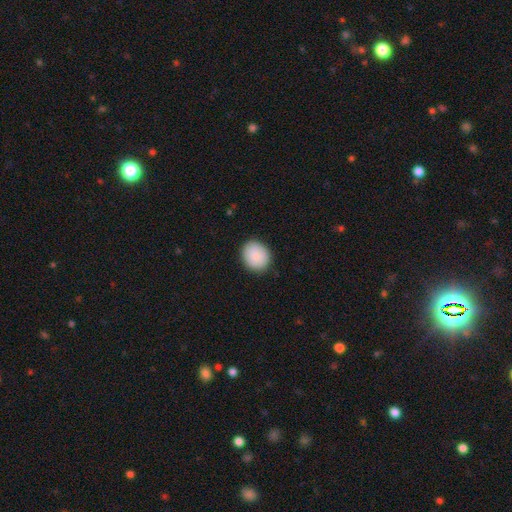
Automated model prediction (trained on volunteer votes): Overall: smooth (86%). How rounded: round (71%). Merging: none (88%).